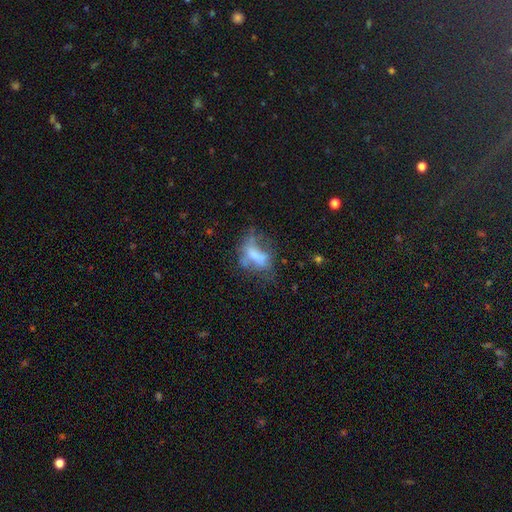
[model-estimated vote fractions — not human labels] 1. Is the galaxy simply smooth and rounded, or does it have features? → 45% smooth, 42% featured or disk, 13% star or artifact.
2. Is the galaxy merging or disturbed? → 36% major disturbance, 29% none, 22% minor disturbance, 12% merger.